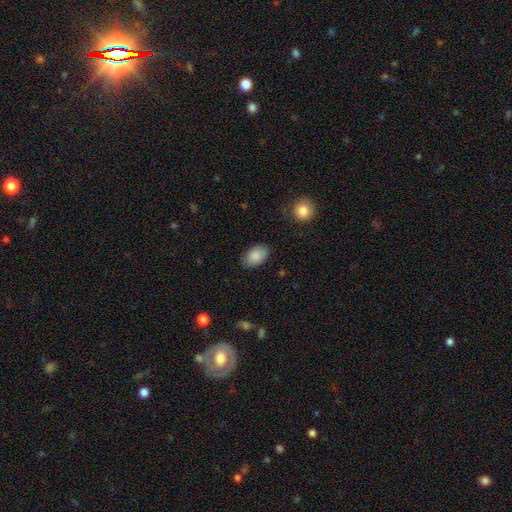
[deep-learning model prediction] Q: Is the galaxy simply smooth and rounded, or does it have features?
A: smooth — 88%.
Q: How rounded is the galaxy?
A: in between — 89%.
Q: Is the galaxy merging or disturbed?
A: none — 83%.